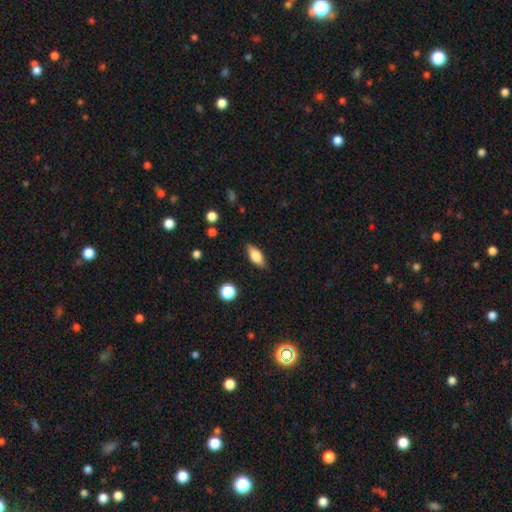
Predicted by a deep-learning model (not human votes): A smooth galaxy with no disk features (70%) that is in between round and cigar-shaped (78%). Merging: none (85%).